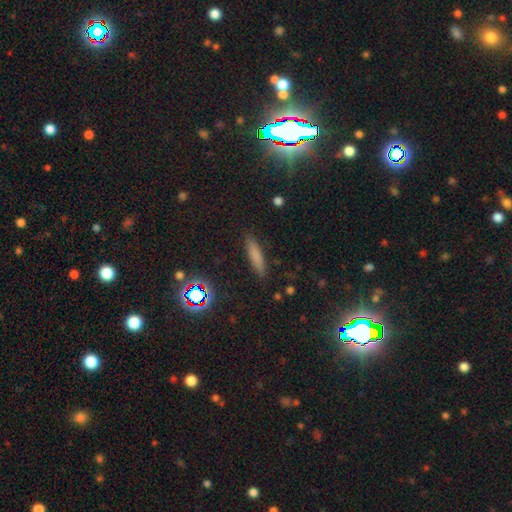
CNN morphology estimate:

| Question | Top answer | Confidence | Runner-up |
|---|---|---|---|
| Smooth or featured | smooth | 73% | star or artifact (14%) |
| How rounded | cigar-shaped | 81% | in between (17%) |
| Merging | none | 87% | minor disturbance (9%) |